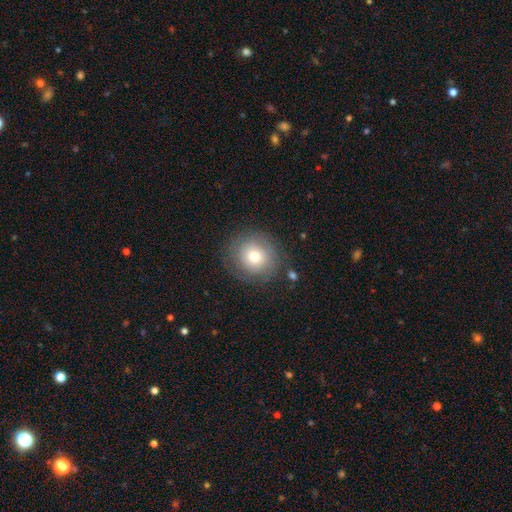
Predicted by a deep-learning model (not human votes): Smooth or featured?
  - smooth: 60% *
  - featured or disk: 27%
  - star or artifact: 13%
How rounded?
  - round: 89% *
  - in between: 10%
  - cigar-shaped: 1%
Merging?
  - none: 82% *
  - minor disturbance: 11%
  - major disturbance: 4%
  - merger: 2%